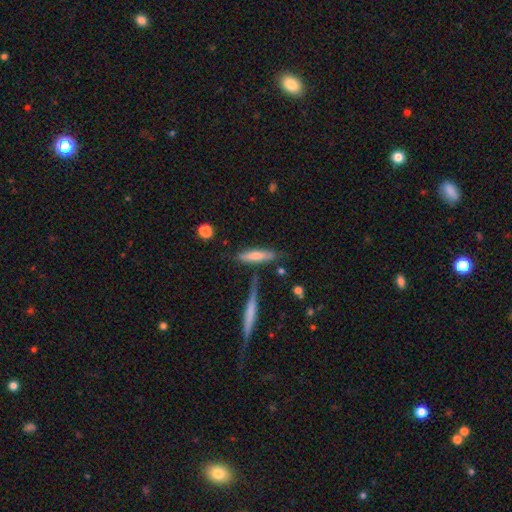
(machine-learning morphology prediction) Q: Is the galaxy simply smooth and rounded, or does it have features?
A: smooth — 66%.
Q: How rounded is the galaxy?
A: cigar-shaped — 77%.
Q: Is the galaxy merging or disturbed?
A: none — 69%.